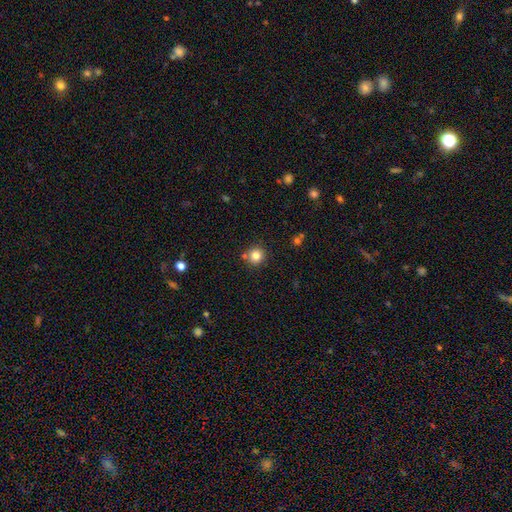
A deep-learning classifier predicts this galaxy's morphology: Smooth or featured?
  - smooth: 82% *
  - star or artifact: 12%
  - featured or disk: 6%
How rounded?
  - round: 93% *
  - in between: 6%
  - cigar-shaped: 1%
Merging?
  - none: 79% *
  - minor disturbance: 9%
  - merger: 9%
  - major disturbance: 3%